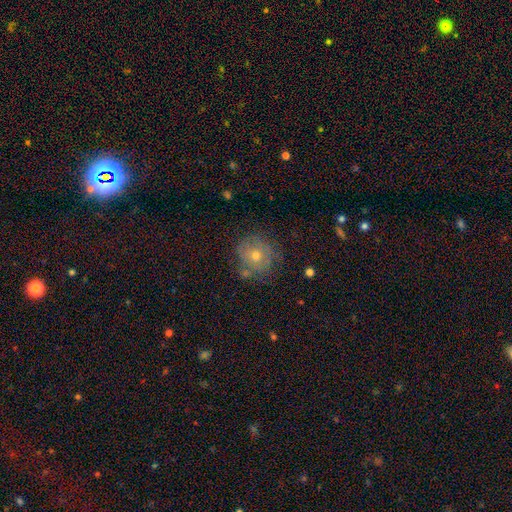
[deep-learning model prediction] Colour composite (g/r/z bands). It shows a smooth galaxy with no disk features (54%) that is round (91%). Merging: none (73%).